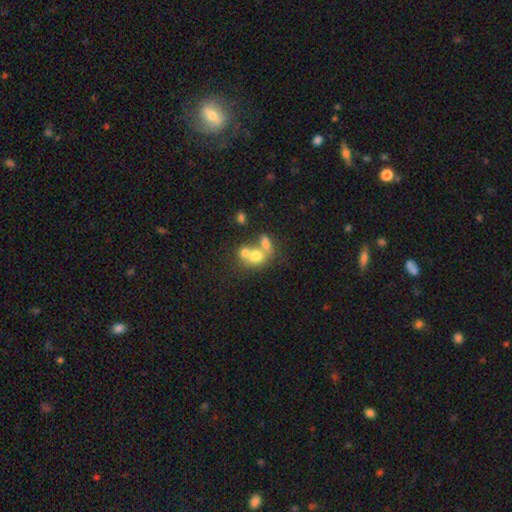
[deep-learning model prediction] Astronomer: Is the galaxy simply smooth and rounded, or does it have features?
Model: smooth — 67%.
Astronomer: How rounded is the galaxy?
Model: round — 55% (runner-up: in between, 44%).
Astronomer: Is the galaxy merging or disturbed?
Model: merger — 60%.